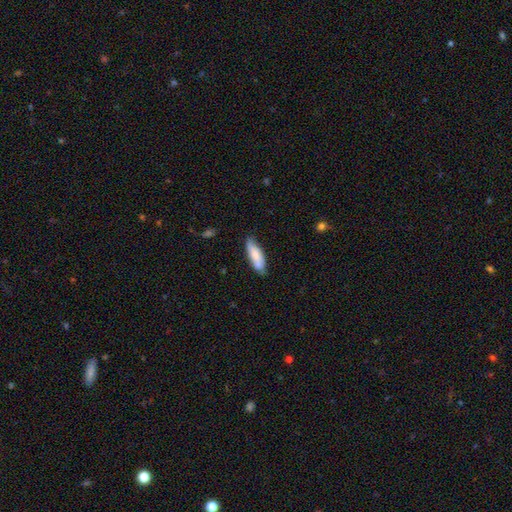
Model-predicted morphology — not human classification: A smooth galaxy with no disk features (75%) that is in between round and cigar-shaped (57%).

Vote fractions:
- Smooth or featured? smooth: 75% / featured or disk: 19% / star or artifact: 6%
- How rounded? in between: 57% / cigar-shaped: 42% / round: 2%
- Merging? none: 67% / minor disturbance: 23% / merger: 6% / major disturbance: 4%